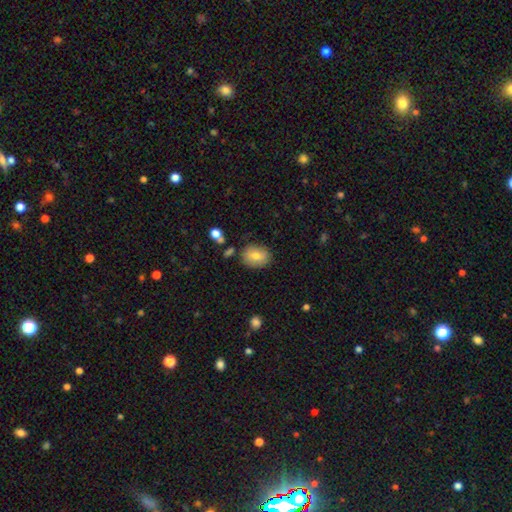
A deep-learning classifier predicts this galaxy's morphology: Smooth or featured: smooth — 75% (featured or disk — 17%)
How rounded: in between — 54% (round — 44%)
Merging: none — 81% (minor disturbance — 13%)